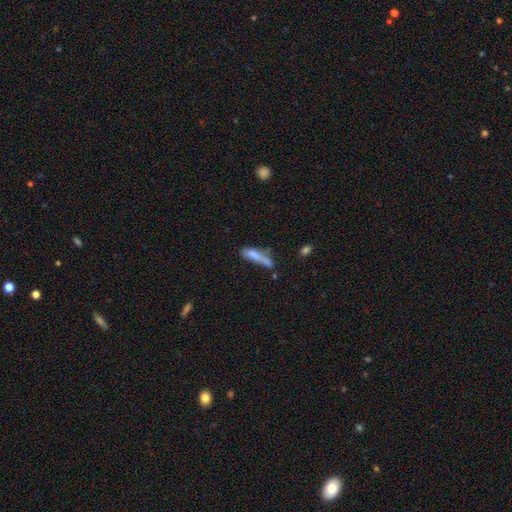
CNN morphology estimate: Overall: smooth (68%). How rounded: cigar-shaped (73%). Merging: none (39%; minor disturbance 25%).